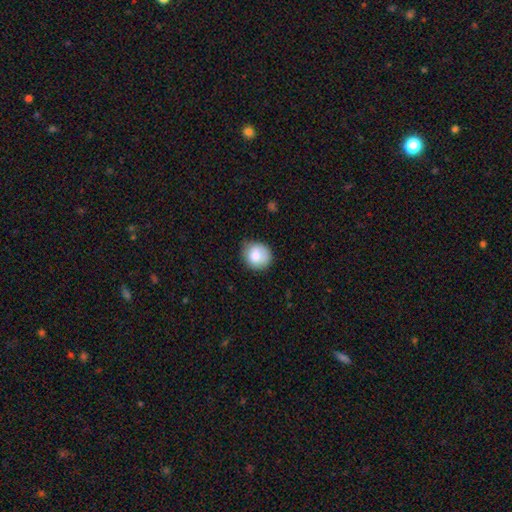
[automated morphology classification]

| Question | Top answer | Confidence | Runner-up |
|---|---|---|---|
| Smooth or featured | smooth | 82% | featured or disk (10%) |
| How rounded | round | 84% | in between (16%) |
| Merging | none | 74% | minor disturbance (21%) |